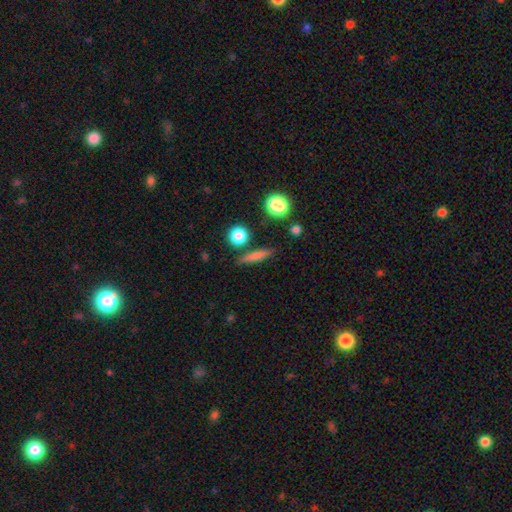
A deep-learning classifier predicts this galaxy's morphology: Smooth or featured? smooth (70%)
How rounded? cigar-shaped (74%)
Merging? none (83%)